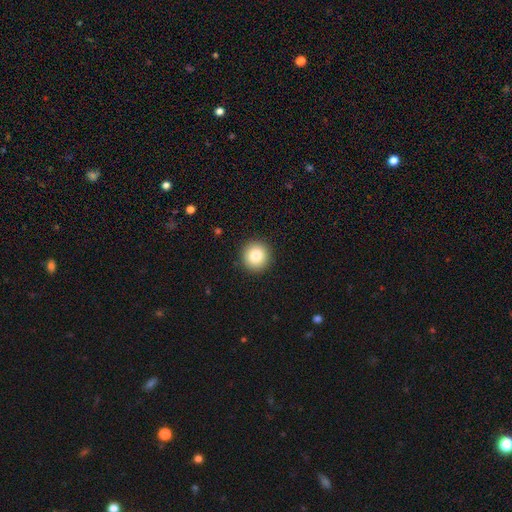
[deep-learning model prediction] A smooth galaxy with no disk features (83%) that is round (95%). Merging: none (92%).